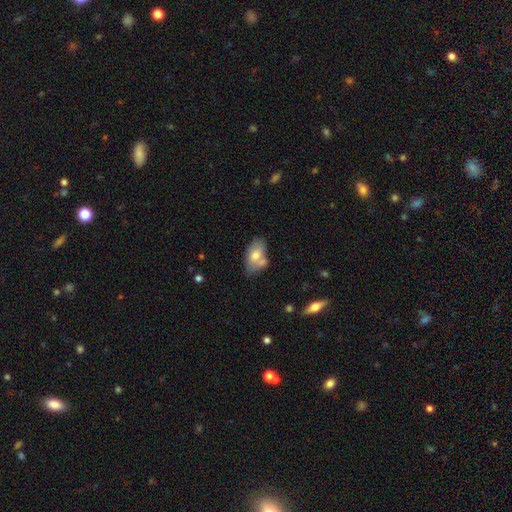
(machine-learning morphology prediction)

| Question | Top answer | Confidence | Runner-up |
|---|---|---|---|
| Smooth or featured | smooth | 69% | featured or disk (24%) |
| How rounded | in between | 91% | round (6%) |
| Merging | none | 51% | merger (25%) |